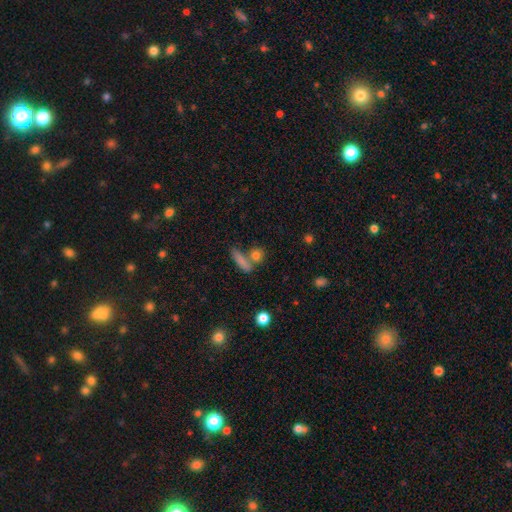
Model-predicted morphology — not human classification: This is likely a smooth galaxy (78%). How rounded: possibly round (54%). Merging: likely none (60%).